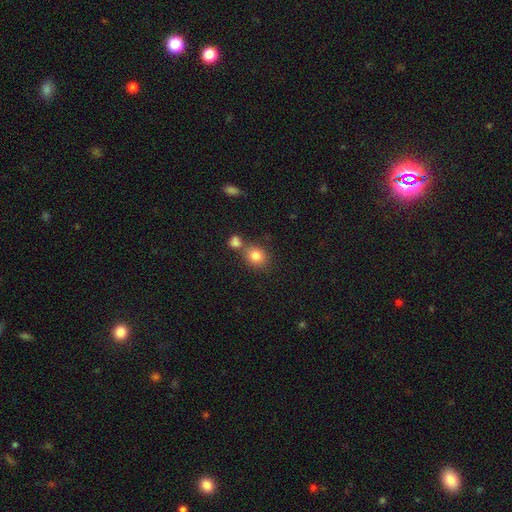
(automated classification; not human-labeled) Smooth or featured? smooth (82%)
How rounded? round (70%)
Merging? none (62%)